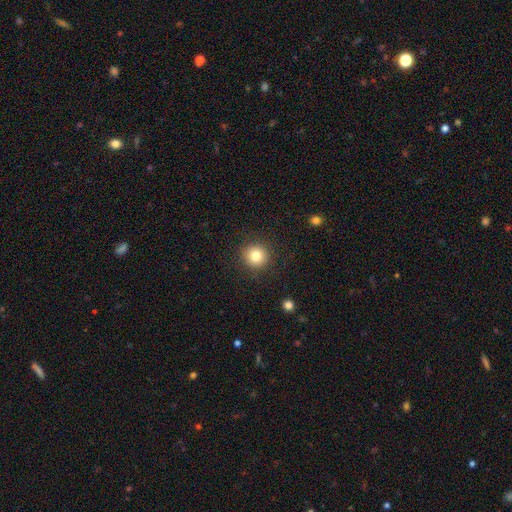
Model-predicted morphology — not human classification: Smooth or featured?
  - smooth: 81% *
  - star or artifact: 11%
  - featured or disk: 7%
How rounded?
  - round: 93% *
  - in between: 6%
  - cigar-shaped: 1%
Merging?
  - none: 90% *
  - minor disturbance: 6%
  - major disturbance: 3%
  - merger: 1%